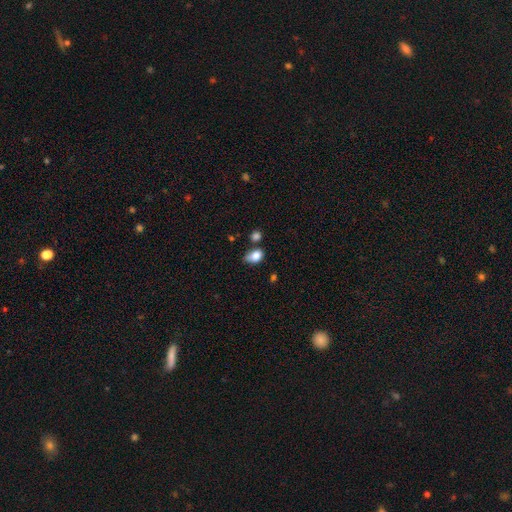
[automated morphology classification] Smooth or featured?
  - smooth: 82% *
  - star or artifact: 9%
  - featured or disk: 9%
How rounded?
  - in between: 74% *
  - round: 25%
  - cigar-shaped: 2%
Merging?
  - none: 42% *
  - minor disturbance: 34%
  - merger: 13%
  - major disturbance: 11%